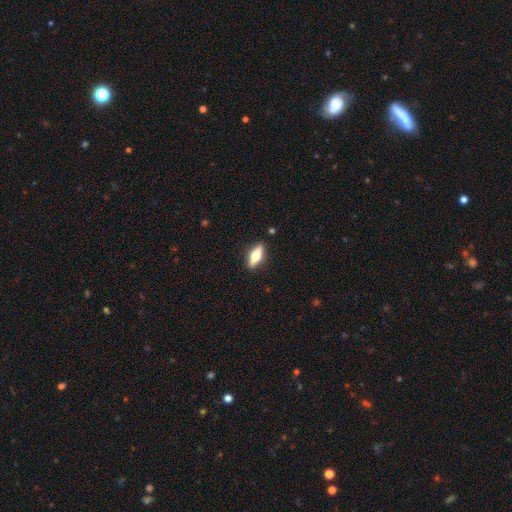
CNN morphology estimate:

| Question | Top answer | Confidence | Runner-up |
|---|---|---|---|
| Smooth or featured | smooth | 57% | featured or disk (37%) |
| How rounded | in between | 58% | cigar-shaped (39%) |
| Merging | none | 87% | minor disturbance (9%) |